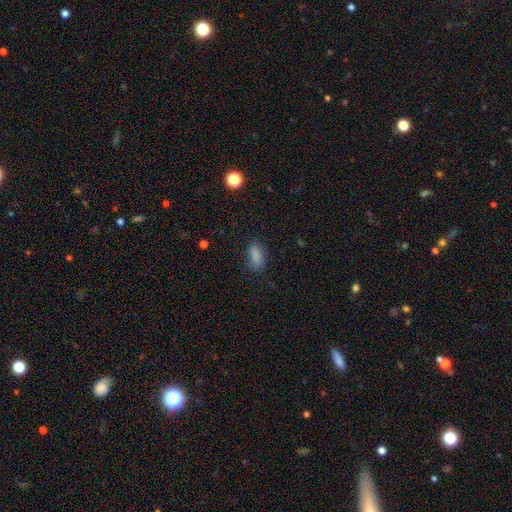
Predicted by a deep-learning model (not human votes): Smooth or featured? Predicted: smooth (p=0.85). How rounded? Predicted: in between (p=0.81). Merging? Predicted: none (p=0.77).